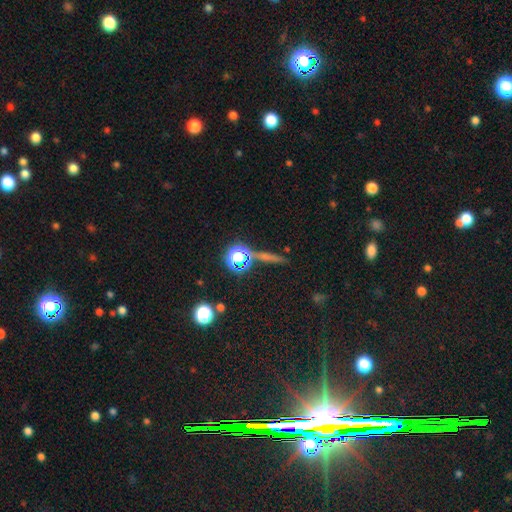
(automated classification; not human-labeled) Smooth or featured? star or artifact (79%)